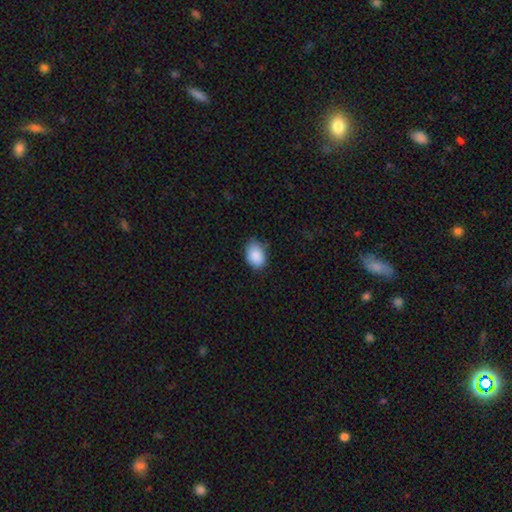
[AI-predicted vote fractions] Q: Smooth or featured?
A: smooth (89%); runner-up: star or artifact (7%)
Q: How rounded?
A: in between (81%); runner-up: round (18%)
Q: Merging?
A: none (71%); runner-up: minor disturbance (24%)